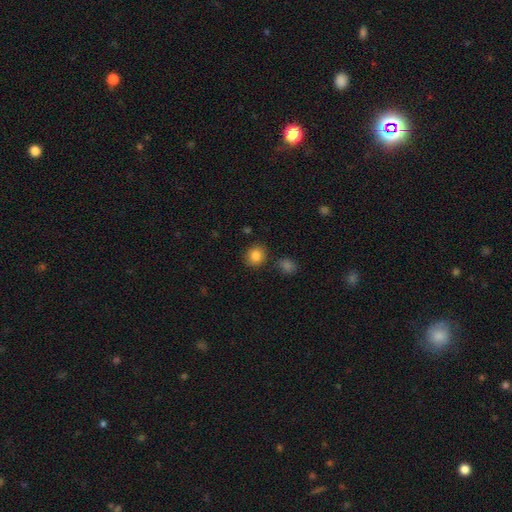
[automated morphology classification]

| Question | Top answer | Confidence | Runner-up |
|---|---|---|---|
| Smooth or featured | smooth | 85% | star or artifact (10%) |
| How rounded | round | 80% | in between (19%) |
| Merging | none | 84% | minor disturbance (9%) |